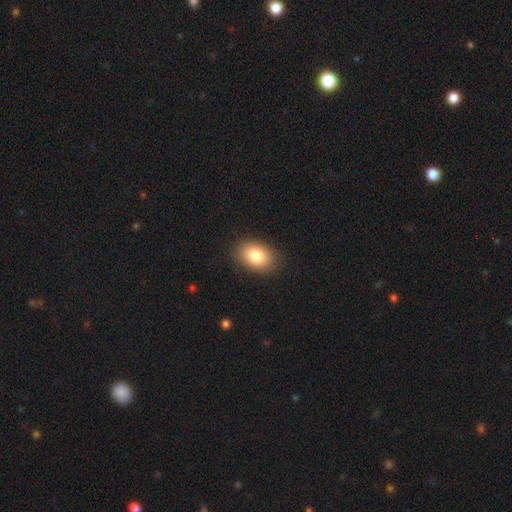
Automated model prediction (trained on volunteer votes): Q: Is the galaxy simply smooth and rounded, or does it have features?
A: smooth — 83%.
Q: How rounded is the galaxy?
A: in between — 79%.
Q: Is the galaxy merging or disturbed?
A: none — 87%.